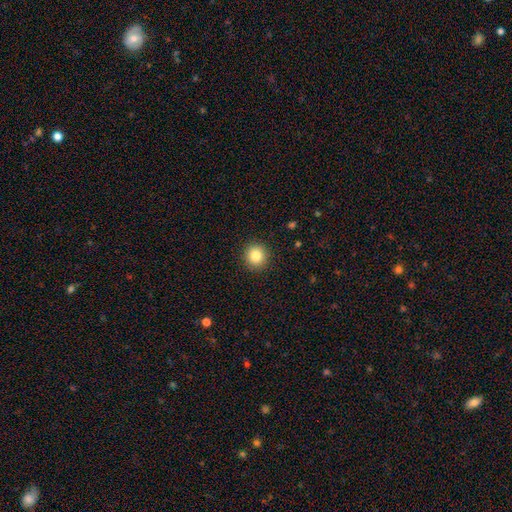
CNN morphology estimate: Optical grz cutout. It shows a smooth galaxy with no disk features (84%) that is round (94%). Merging: none (92%).